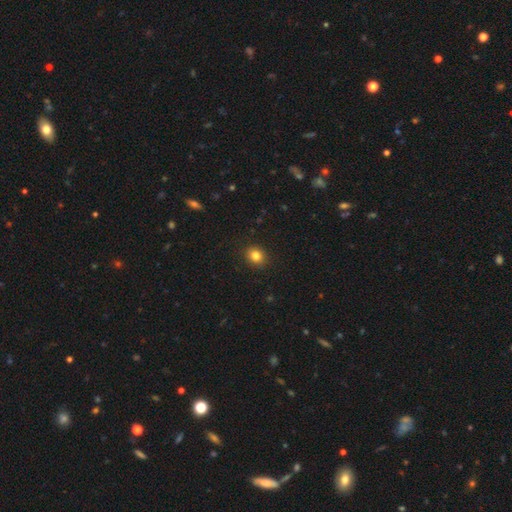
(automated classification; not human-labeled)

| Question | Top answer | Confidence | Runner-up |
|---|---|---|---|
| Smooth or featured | smooth | 83% | star or artifact (11%) |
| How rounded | round | 65% | in between (34%) |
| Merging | none | 91% | minor disturbance (7%) |